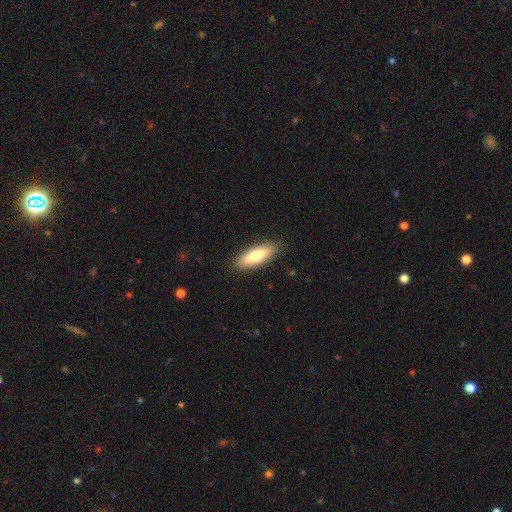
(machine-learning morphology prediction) A smooth galaxy with no disk features (75%) that is in between round and cigar-shaped (58%). Merging: none (89%).